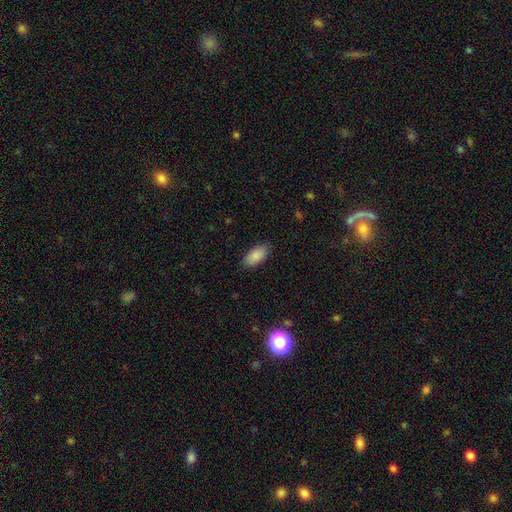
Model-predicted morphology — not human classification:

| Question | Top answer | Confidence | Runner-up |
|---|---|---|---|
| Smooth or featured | smooth | 89% | star or artifact (6%) |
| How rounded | in between | 93% | cigar-shaped (5%) |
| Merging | none | 87% | minor disturbance (10%) |